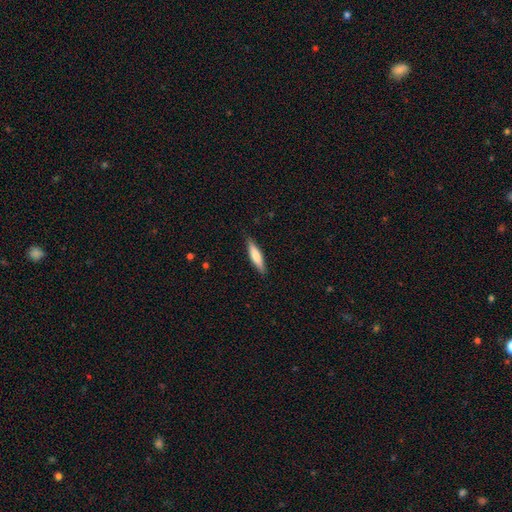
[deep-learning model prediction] The model was most divided on "smooth or featured": smooth: 71%, featured or disk: 24%, star or artifact: 5%. More confident: merging — none (88%); how rounded — cigar-shaped (77%).